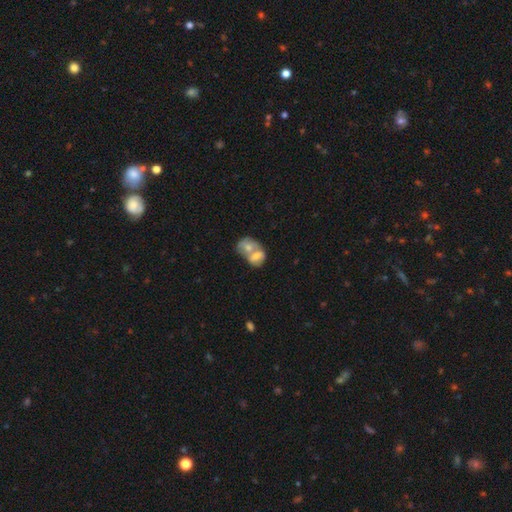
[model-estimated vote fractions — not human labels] Smooth or featured?
  - smooth: 65% *
  - featured or disk: 27%
  - star or artifact: 7%
How rounded?
  - in between: 68% *
  - round: 30%
  - cigar-shaped: 1%
Merging?
  - merger: 78% *
  - none: 12%
  - minor disturbance: 6%
  - major disturbance: 4%